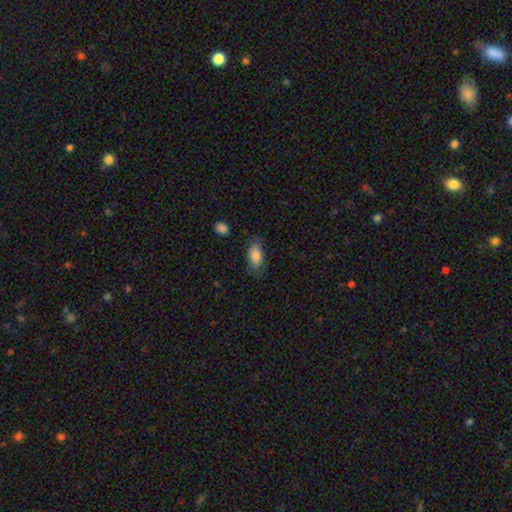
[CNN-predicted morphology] Smooth or featured? Predicted: smooth (p=0.82). How rounded? Predicted: in between (p=0.90). Merging? Predicted: none (p=0.73).